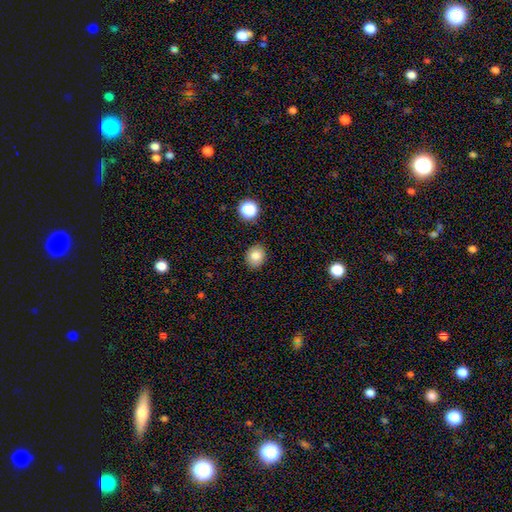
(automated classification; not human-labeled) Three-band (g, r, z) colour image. It shows a smooth galaxy with no disk features (82%) that is round (65%). Merging: none (87%).